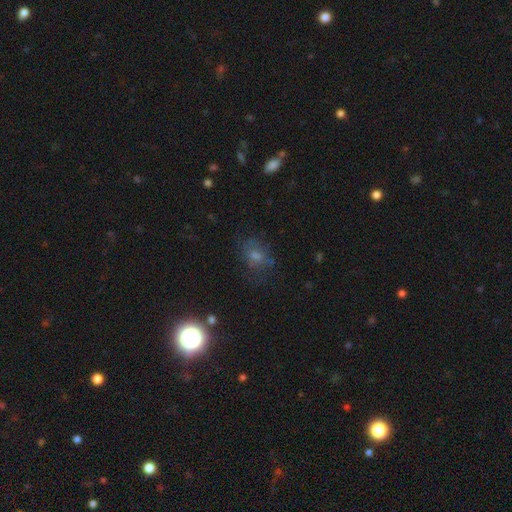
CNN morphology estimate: type=smooth (43%); merging=none (68%).